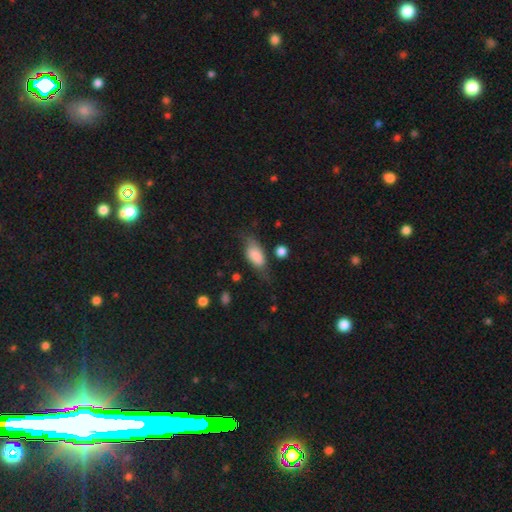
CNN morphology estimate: A smooth galaxy with no disk features (74%) that is in between round and cigar-shaped (84%). Merging: none (51%).